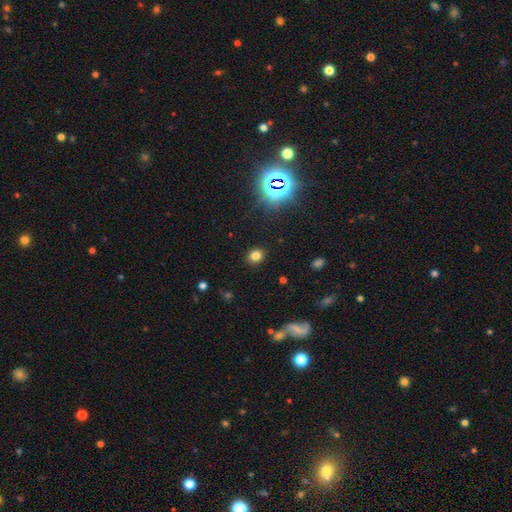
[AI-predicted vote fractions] smooth_or_featured: smooth (p=0.77) [alt: star or artifact p=0.17]
how_rounded: round (p=0.72) [alt: in between p=0.27]
merging: none (p=0.89) [alt: minor disturbance p=0.07]